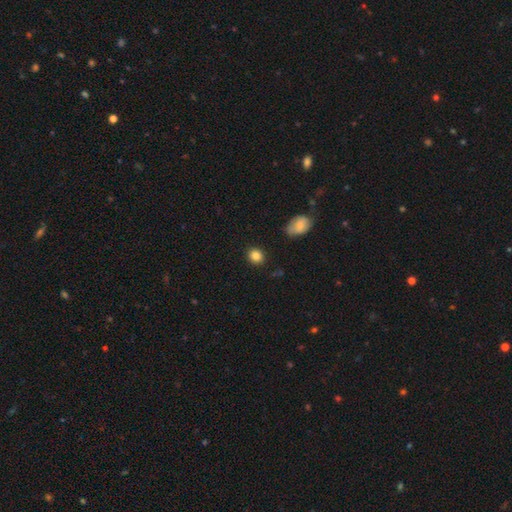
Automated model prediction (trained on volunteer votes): Morphology: type=smooth (85%); roundness=round (76%); merging=none (88%).